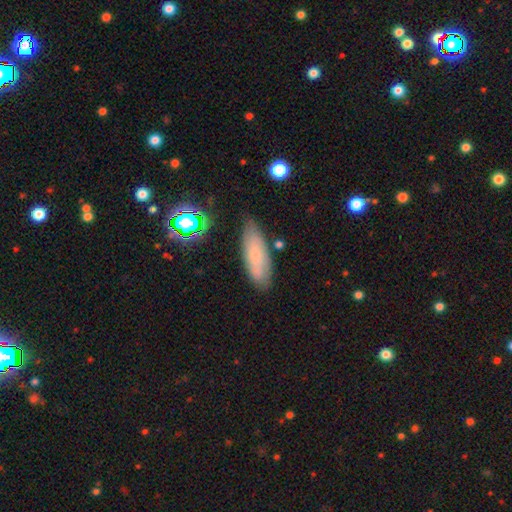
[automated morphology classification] Smooth or featured? smooth (70%)
How rounded? in between (61%)
Merging? none (78%)